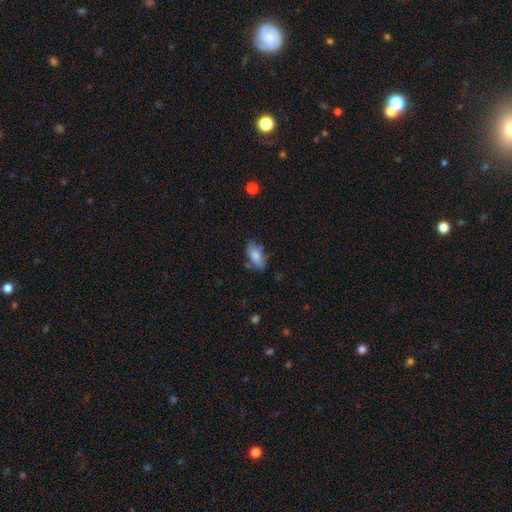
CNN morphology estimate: Overall: smooth (79%). How rounded: in between (88%). Merging: none (64%).